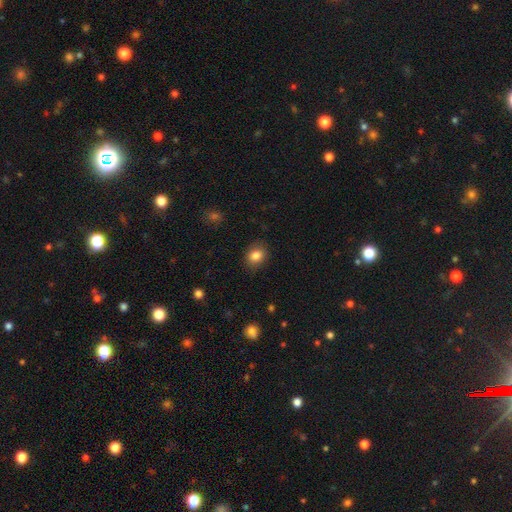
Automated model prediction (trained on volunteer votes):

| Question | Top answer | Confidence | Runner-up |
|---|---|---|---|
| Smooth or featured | smooth | 85% | star or artifact (9%) |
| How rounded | in between | 50% | round (49%) |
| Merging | none | 83% | minor disturbance (13%) |